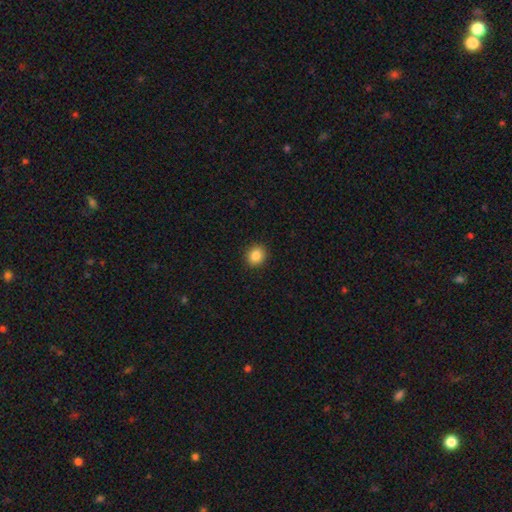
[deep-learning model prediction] Q: Smooth or featured?
A: smooth (86%); runner-up: star or artifact (10%)
Q: How rounded?
A: round (82%); runner-up: in between (17%)
Q: Merging?
A: none (92%); runner-up: minor disturbance (6%)